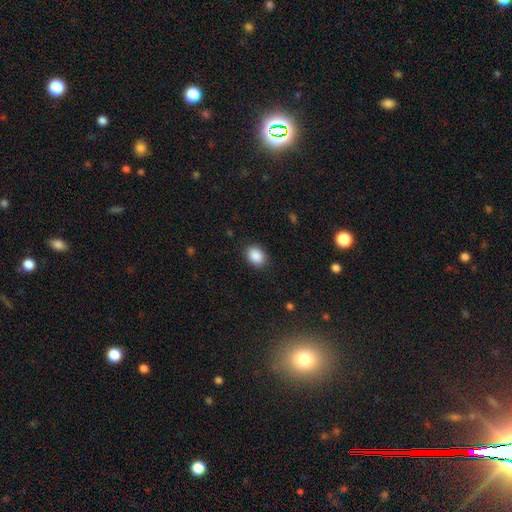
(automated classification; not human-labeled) Overall: smooth (89%). How rounded: in between (71%). Merging: none (87%).